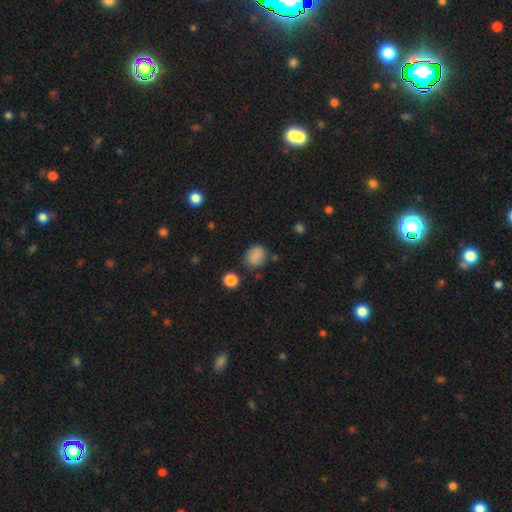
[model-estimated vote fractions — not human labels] Smooth or featured: smooth — 83% (star or artifact — 10%)
How rounded: round — 59% (in between — 40%)
Merging: none — 73% (minor disturbance — 18%)